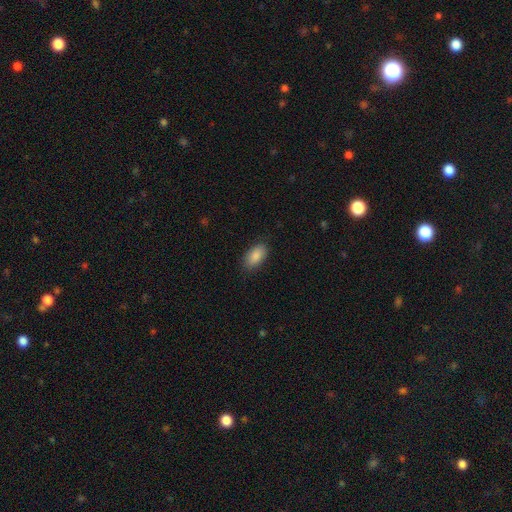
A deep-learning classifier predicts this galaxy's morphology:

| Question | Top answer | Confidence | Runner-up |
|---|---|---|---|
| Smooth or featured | smooth | 88% | star or artifact (7%) |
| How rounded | in between | 93% | round (4%) |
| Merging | none | 84% | minor disturbance (12%) |